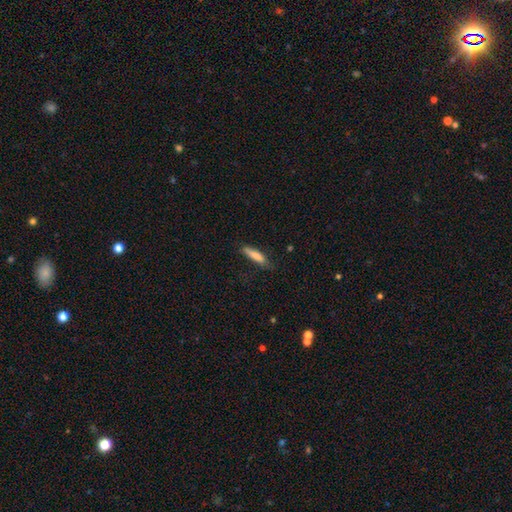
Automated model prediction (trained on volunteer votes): The model was most divided on "merging": none: 71%, minor disturbance: 22%, major disturbance: 5%, merger: 1%. More confident: smooth or featured — smooth (81%); how rounded — cigar-shaped (78%).